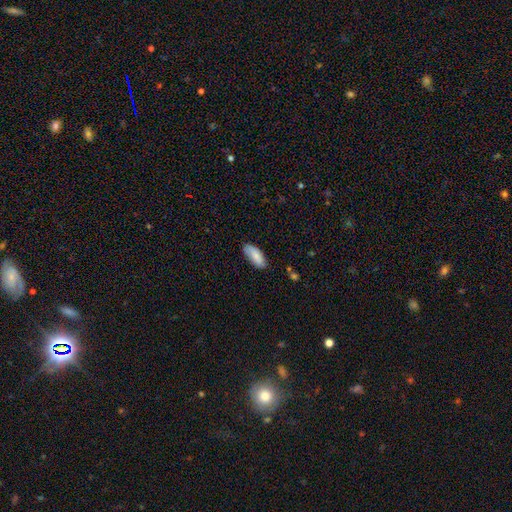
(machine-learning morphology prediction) A smooth galaxy with no disk features (83%) that is in between round and cigar-shaped (82%). Merging: none (76%).